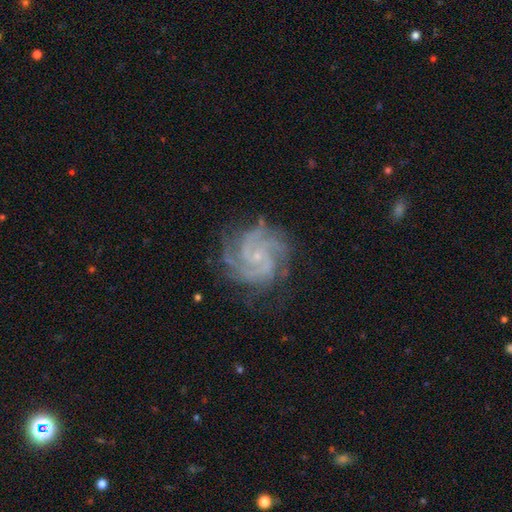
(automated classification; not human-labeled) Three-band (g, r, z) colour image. It shows a featured or disk galaxy (90%) with no bar (68%), 3 (31%) tight (66%) spiral arms (98%) and a small central bulge (81%). Merging: none (79%).